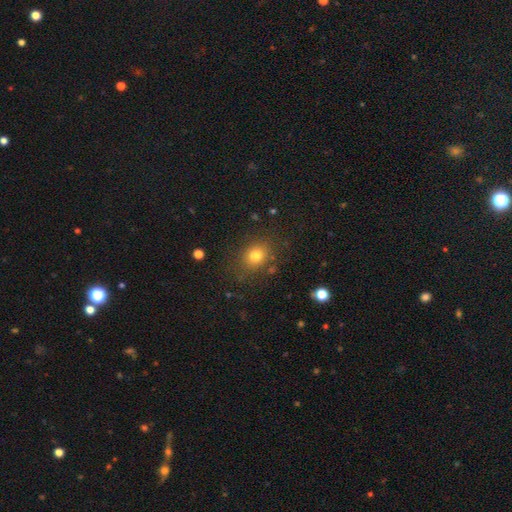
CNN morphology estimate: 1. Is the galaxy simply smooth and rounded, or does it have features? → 77% smooth, 14% star or artifact, 9% featured or disk.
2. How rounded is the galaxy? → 62% round, 37% in between, 1% cigar-shaped.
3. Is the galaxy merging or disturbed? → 81% none, 12% minor disturbance, 5% major disturbance, 2% merger.